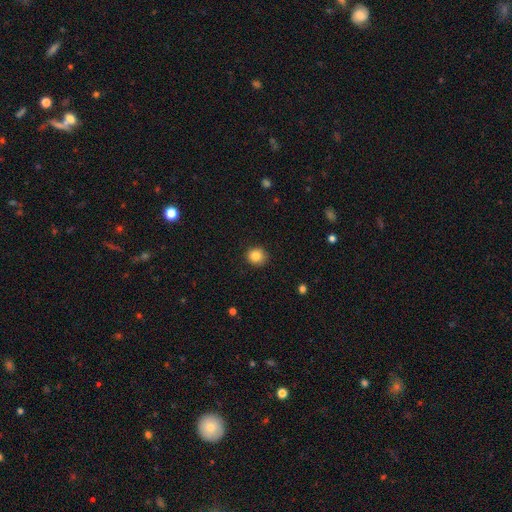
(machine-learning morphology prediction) This is clearly a smooth galaxy (84%). How rounded: clearly round (87%). Merging: clearly none (90%).